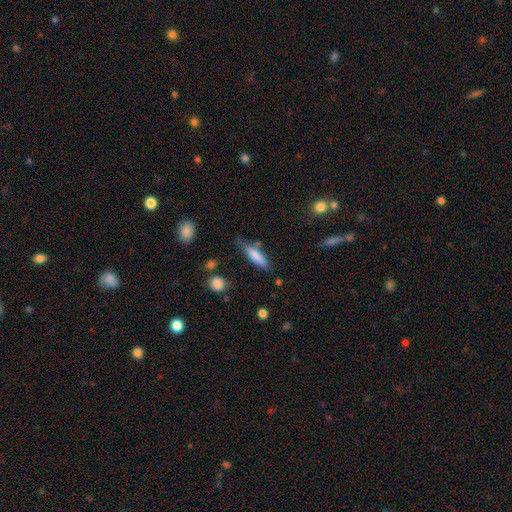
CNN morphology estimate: A smooth galaxy with no disk features (76%) that is cigar-shaped (66%).

Vote fractions:
- Smooth or featured? smooth: 76% / featured or disk: 17% / star or artifact: 7%
- How rounded? cigar-shaped: 66% / in between: 32% / round: 2%
- Merging? none: 65% / minor disturbance: 23% / major disturbance: 6% / merger: 6%